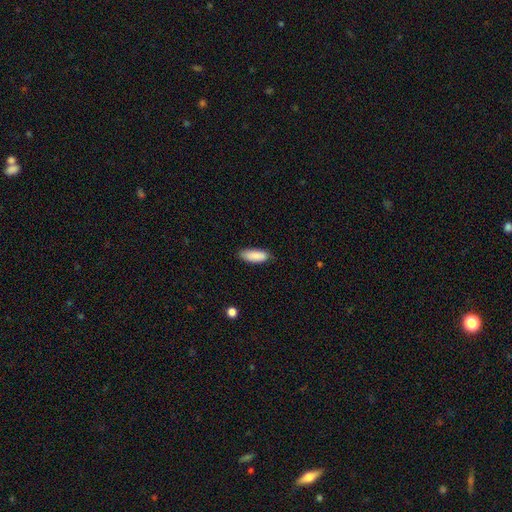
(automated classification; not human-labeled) Morphology: type=smooth (89%); roundness=in between (74%); merging=none (80%).